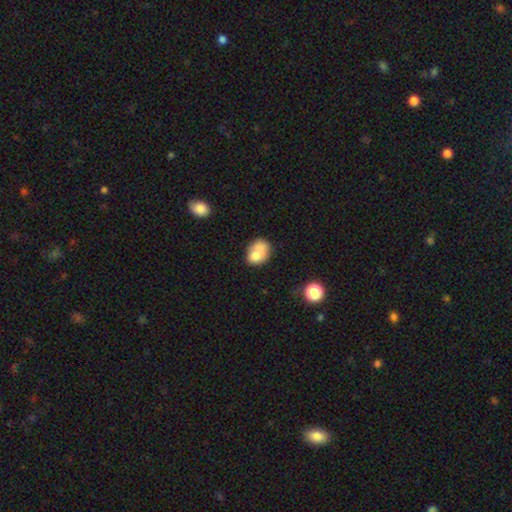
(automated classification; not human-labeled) smooth 70%, featured or disk 21%, star or artifact 9%. Down the decision tree: how rounded — in between (59%); merging — merger (41%).